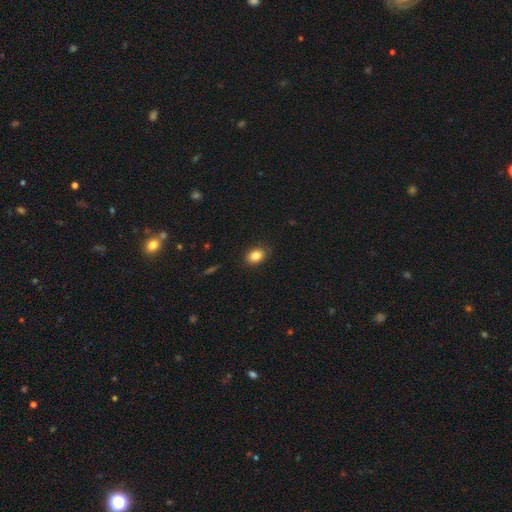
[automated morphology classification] smooth 85%, star or artifact 9%, featured or disk 6%. Down the decision tree: how rounded — in between (75%); merging — none (87%).